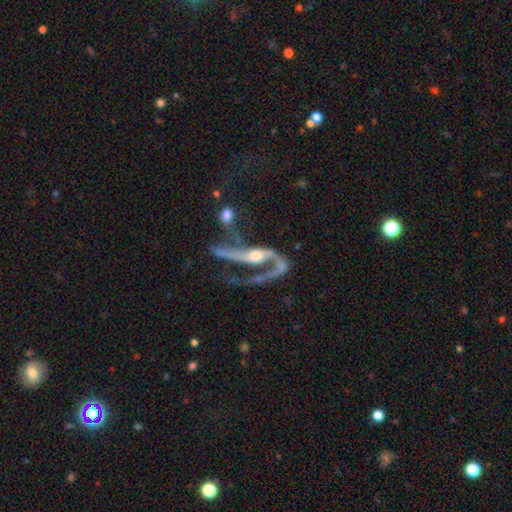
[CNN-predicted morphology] Smooth or featured: featured or disk — 84% (smooth — 9%)
Edge-on disk: no — 77% (yes — 23%)
Bar: no — 47% (strong — 28%)
Spiral arms: yes — 85% (no — 15%)
Spiral winding: loose — 68% (medium — 24%)
Spiral arm count: 2 — 63% (1 — 28%)
Bulge size: moderate — 58% (small — 26%)
Merging: major disturbance — 40% (none — 28%)